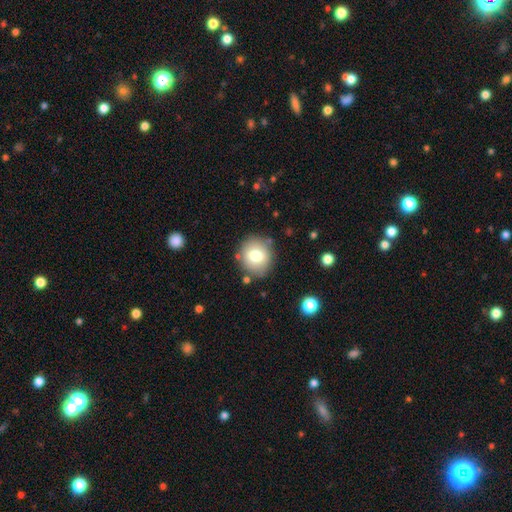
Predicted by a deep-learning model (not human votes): smooth_or_featured: smooth (p=0.74) [alt: featured or disk p=0.16]
how_rounded: round (p=0.85) [alt: in between p=0.14]
merging: none (p=0.83) [alt: minor disturbance p=0.10]